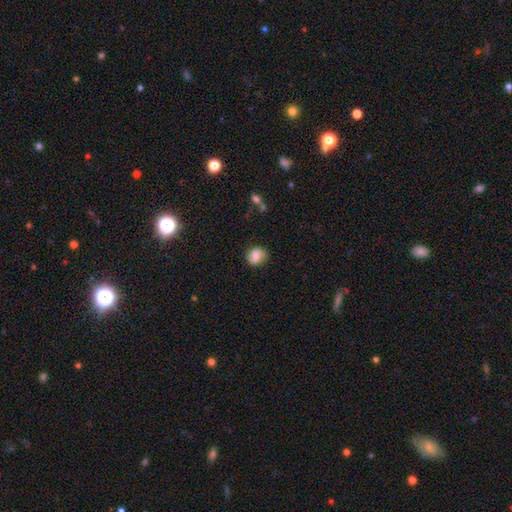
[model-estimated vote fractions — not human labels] Smooth or featured? smooth (73%)
How rounded? round (64%)
Merging? none (74%)